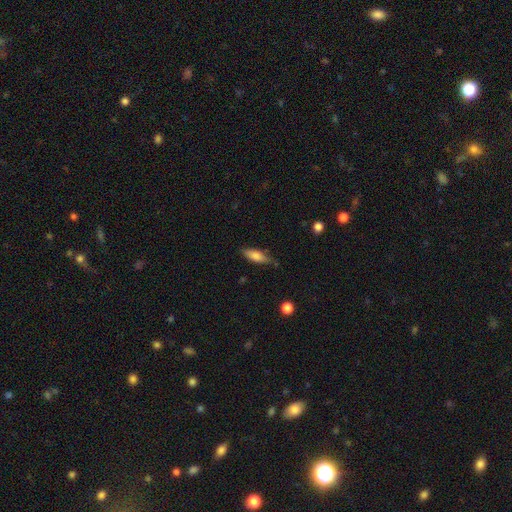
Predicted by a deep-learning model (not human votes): A smooth galaxy with no disk features (72%) that is in between round and cigar-shaped (53%). Merging: none (72%).